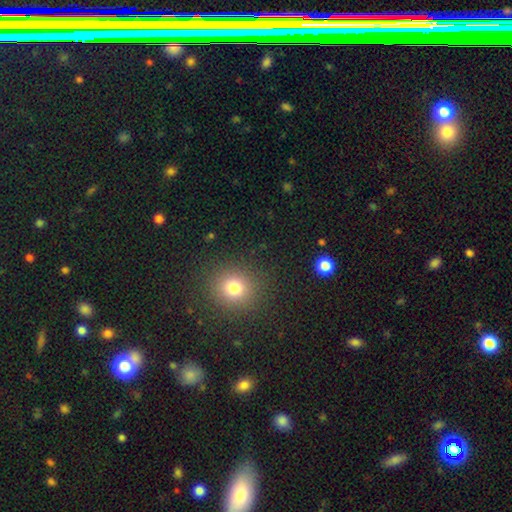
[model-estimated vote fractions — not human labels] Overall: smooth (64%; star or artifact 28%). How rounded: round (92%). Merging: none (92%).